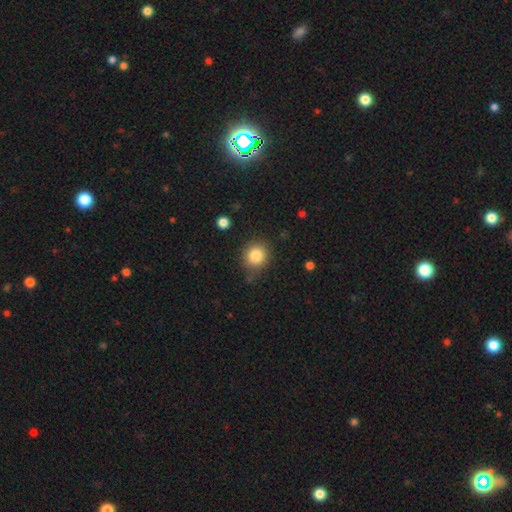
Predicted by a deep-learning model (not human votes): A smooth galaxy with no disk features (83%) that is round (83%).

Vote fractions:
- Smooth or featured? smooth: 83% / star or artifact: 11% / featured or disk: 7%
- How rounded? round: 83% / in between: 17% / cigar-shaped: 1%
- Merging? none: 76% / minor disturbance: 17% / major disturbance: 4% / merger: 3%